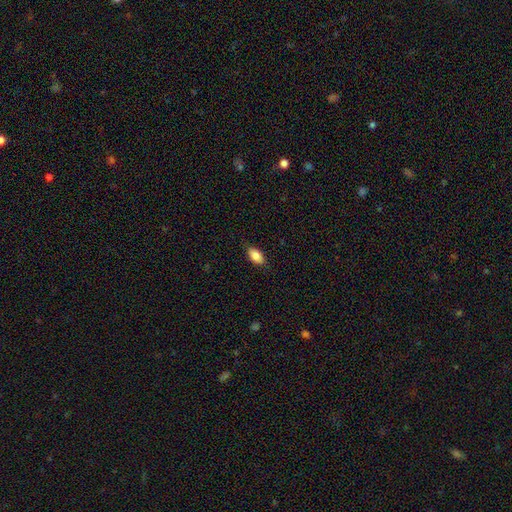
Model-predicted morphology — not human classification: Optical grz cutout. It shows a smooth galaxy with no disk features (85%) that is in between round and cigar-shaped (91%). Merging: none (82%).